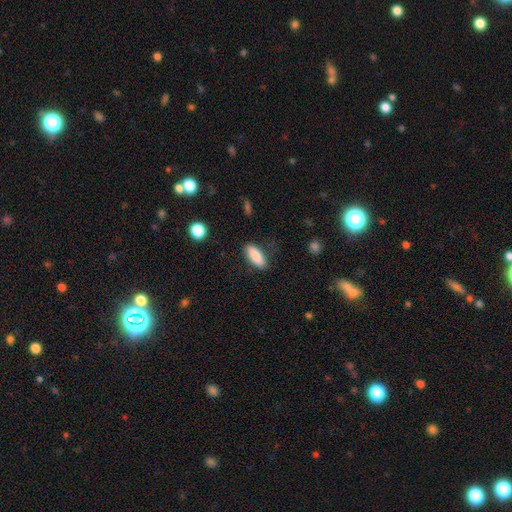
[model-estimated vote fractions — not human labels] Morphology: type=smooth (86%); roundness=in between (70%); merging=none (82%).